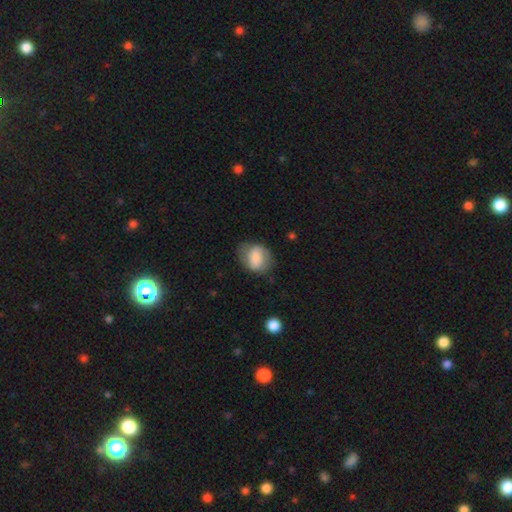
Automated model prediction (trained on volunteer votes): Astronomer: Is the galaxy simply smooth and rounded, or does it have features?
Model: smooth — 66%.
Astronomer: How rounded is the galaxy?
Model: in between — 56% (runner-up: round, 42%).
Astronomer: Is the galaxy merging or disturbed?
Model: none — 64%.